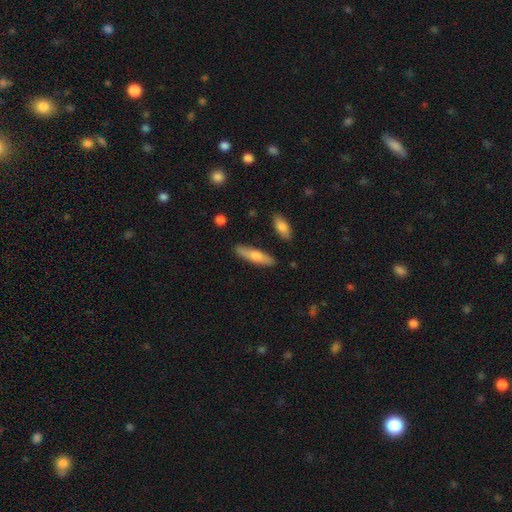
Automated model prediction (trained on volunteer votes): This is likely a smooth galaxy (65%). How rounded: likely cigar-shaped (68%). Merging: clearly none (84%).